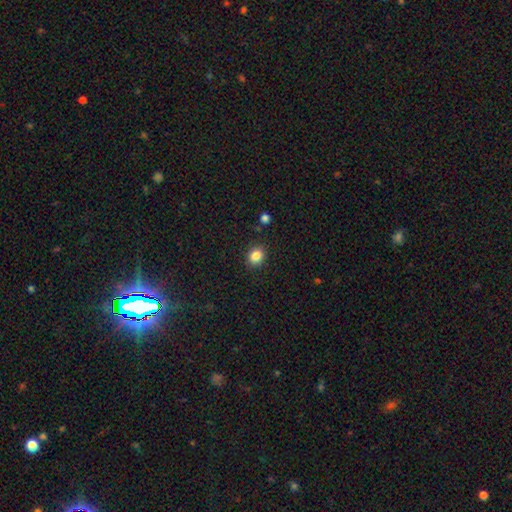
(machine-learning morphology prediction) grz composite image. It shows a smooth galaxy with no disk features (85%) that is round (58%). Merging: none (88%).